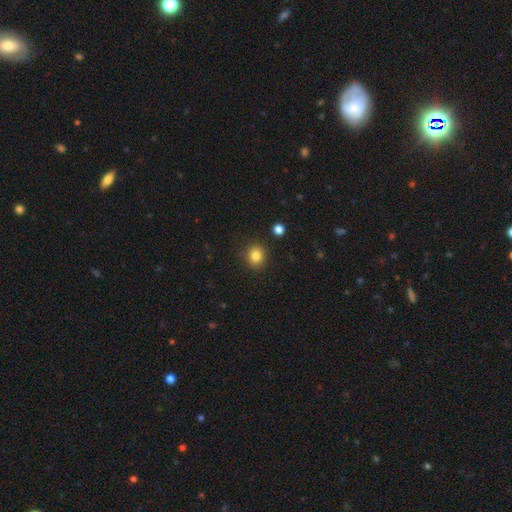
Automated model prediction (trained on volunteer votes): Smooth or featured? smooth (83%)
How rounded? round (83%)
Merging? none (89%)